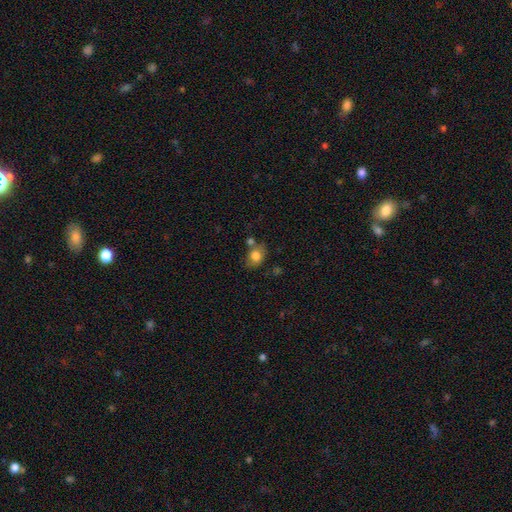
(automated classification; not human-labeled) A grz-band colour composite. It shows a smooth galaxy with no disk features (79%) that is in between round and cigar-shaped (56%). Merging: none (56%).